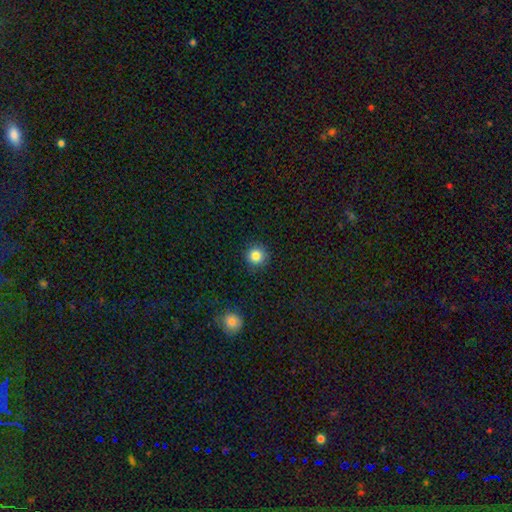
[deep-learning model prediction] A smooth galaxy with no disk features (85%) that is round (93%).

Vote fractions:
- Smooth or featured? smooth: 85% / star or artifact: 11% / featured or disk: 4%
- How rounded? round: 93% / in between: 6% / cigar-shaped: 1%
- Merging? none: 89% / minor disturbance: 7% / major disturbance: 2% / merger: 1%